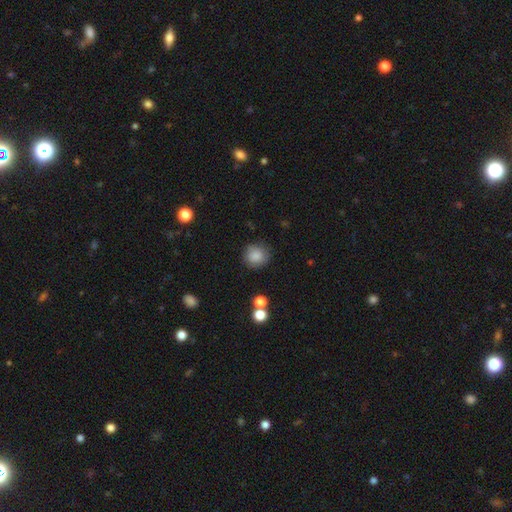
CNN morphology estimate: smooth_or_featured: smooth (p=0.86) [alt: star or artifact p=0.09]
how_rounded: round (p=0.91) [alt: in between p=0.08]
merging: none (p=0.85) [alt: minor disturbance p=0.10]